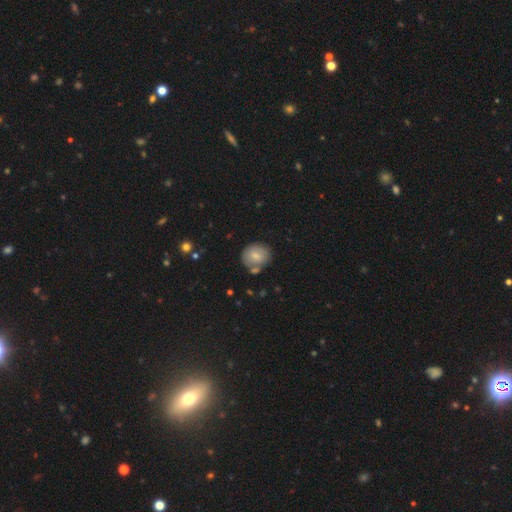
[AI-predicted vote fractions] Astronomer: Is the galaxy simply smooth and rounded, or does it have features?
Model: smooth — 76%.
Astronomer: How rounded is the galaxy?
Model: round — 77%.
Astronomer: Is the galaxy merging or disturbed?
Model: none — 69%.